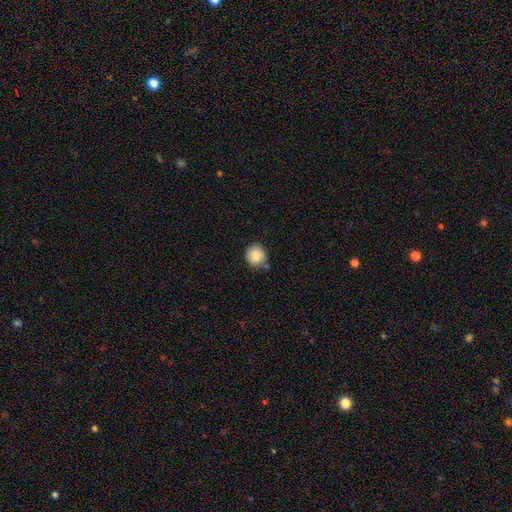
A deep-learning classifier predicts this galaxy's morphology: The model was most divided on "merging": none: 75%, minor disturbance: 14%, merger: 8%, major disturbance: 3%. More confident: how rounded — round (88%); smooth or featured — smooth (86%).